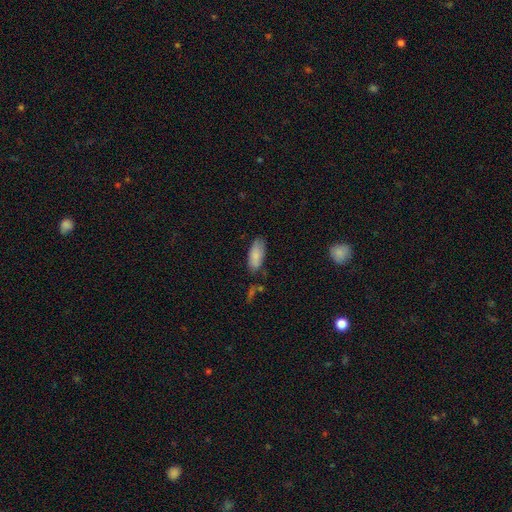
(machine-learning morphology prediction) Smooth or featured: smooth — 84% (featured or disk — 10%)
How rounded: in between — 83% (cigar-shaped — 15%)
Merging: none — 72% (minor disturbance — 20%)